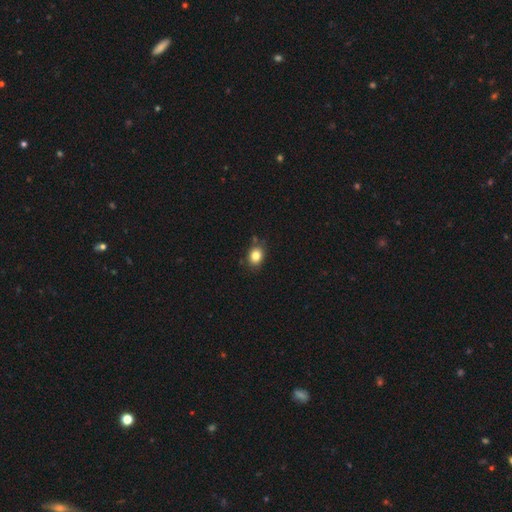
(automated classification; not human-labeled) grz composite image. It shows a smooth galaxy with no disk features (83%) that is in between round and cigar-shaped (51%). Merging: none (80%).